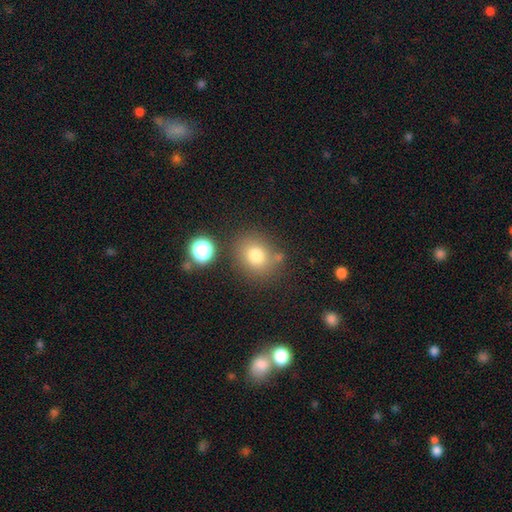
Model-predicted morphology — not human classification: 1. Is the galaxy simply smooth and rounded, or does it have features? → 77% smooth, 13% star or artifact, 9% featured or disk.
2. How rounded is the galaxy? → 71% round, 28% in between, 1% cigar-shaped.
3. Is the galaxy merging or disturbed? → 73% none, 13% minor disturbance, 9% merger, 5% major disturbance.